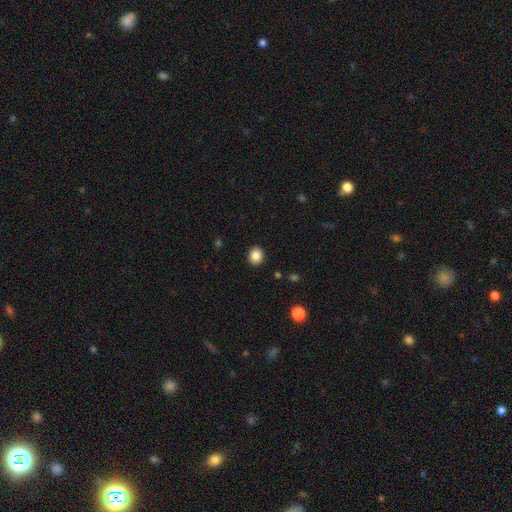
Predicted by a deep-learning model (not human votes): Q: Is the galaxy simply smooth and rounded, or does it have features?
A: smooth — 87%.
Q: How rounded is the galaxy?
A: round — 72%.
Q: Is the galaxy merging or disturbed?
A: none — 92%.